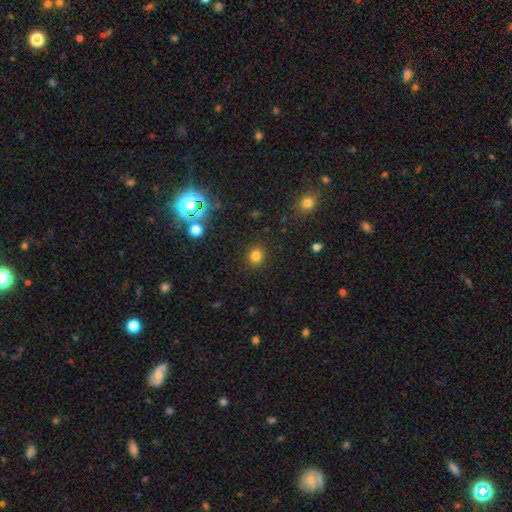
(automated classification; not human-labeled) This is clearly a smooth galaxy (81%). How rounded: likely round (79%). Merging: clearly none (89%).